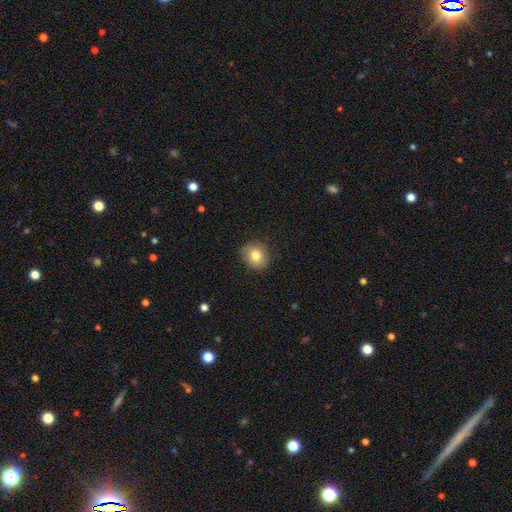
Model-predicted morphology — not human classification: A smooth galaxy with no disk features (80%) that is round (76%).

Vote fractions:
- Smooth or featured? smooth: 80% / featured or disk: 10% / star or artifact: 10%
- How rounded? round: 76% / in between: 23% / cigar-shaped: 1%
- Merging? none: 85% / minor disturbance: 11% / major disturbance: 3% / merger: 1%